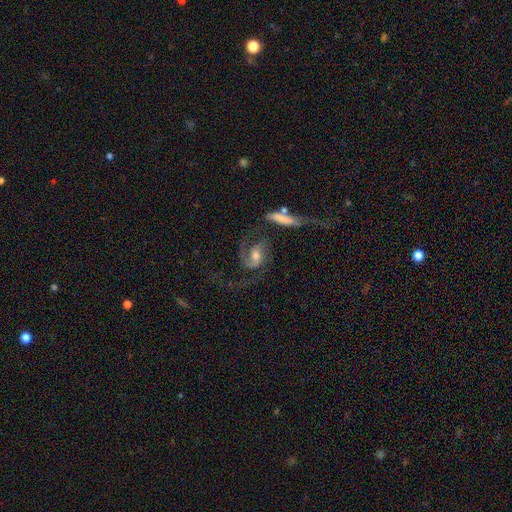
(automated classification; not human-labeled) Morphology: type=featured or disk (84%); edge-on=no (96%); bar=weak (41%, tied with no); spiral arms=yes (96%); winding=medium (47%); arm count=2 (78%); bulge=moderate (60%); merging=none (40%).